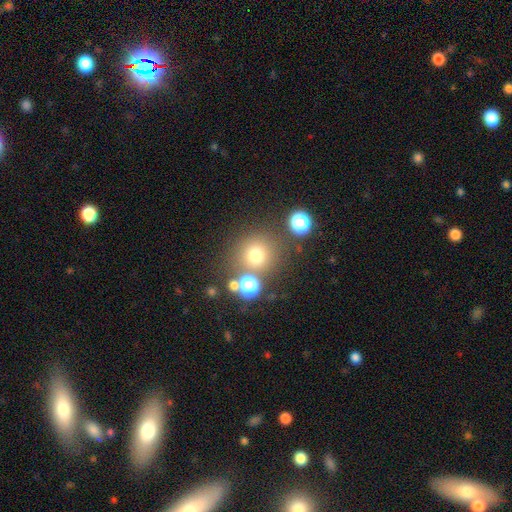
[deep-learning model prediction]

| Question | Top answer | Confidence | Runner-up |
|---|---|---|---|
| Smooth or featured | smooth | 71% | star or artifact (20%) |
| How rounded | round | 92% | in between (7%) |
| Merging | none | 75% | merger (10%) |